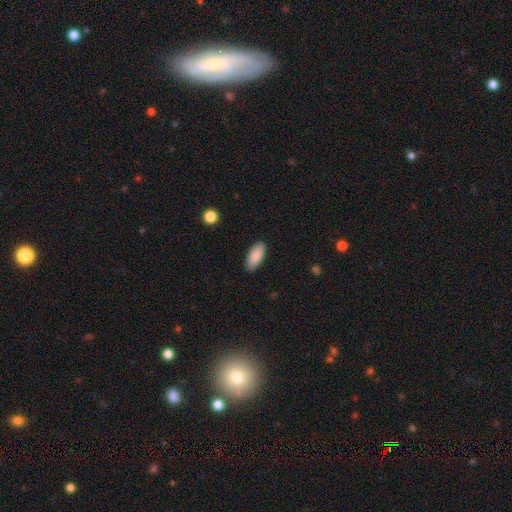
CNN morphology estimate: A smooth galaxy with no disk features (90%) that is in between round and cigar-shaped (89%).

Vote fractions:
- Smooth or featured? smooth: 90% / star or artifact: 6% / featured or disk: 5%
- How rounded? in between: 89% / cigar-shaped: 10% / round: 2%
- Merging? none: 88% / minor disturbance: 9% / major disturbance: 2% / merger: 1%